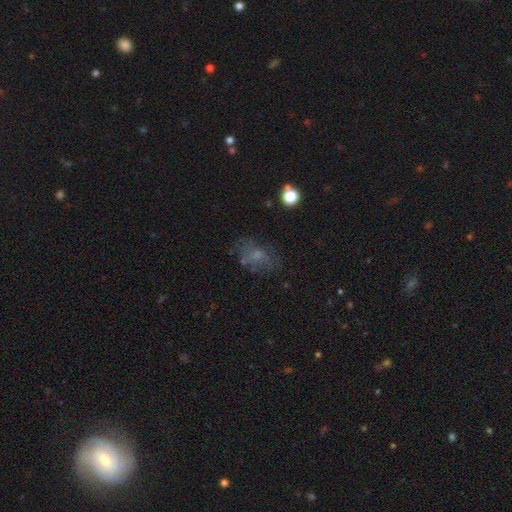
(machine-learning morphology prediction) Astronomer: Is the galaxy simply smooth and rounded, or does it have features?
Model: smooth — 50% (runner-up: featured or disk, 32%).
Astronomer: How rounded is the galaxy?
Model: in between — 79%.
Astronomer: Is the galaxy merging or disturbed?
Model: none — 55%.